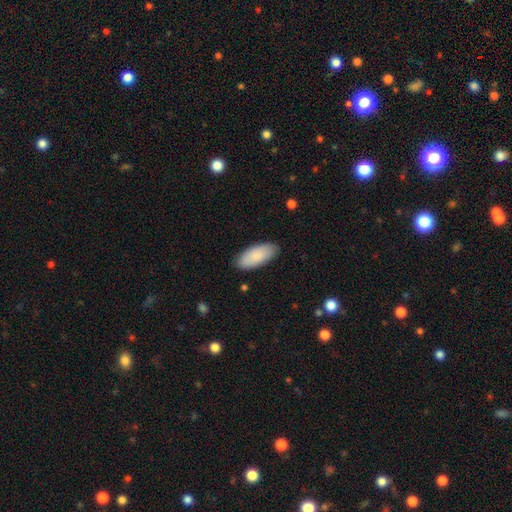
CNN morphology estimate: type=smooth (86%); roundness=in between (88%); merging=none (86%).